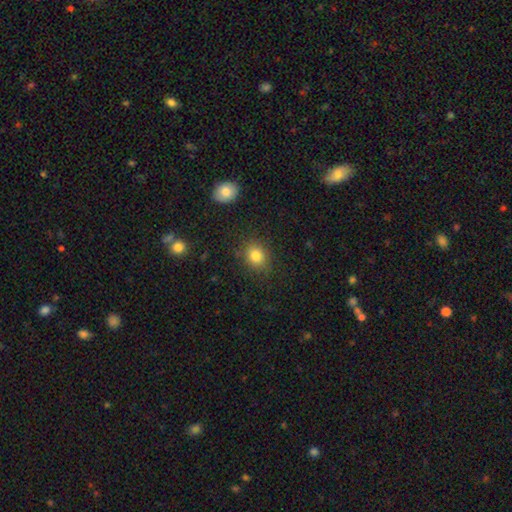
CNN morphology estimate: type=smooth (81%); roundness=round (65%); merging=none (84%).